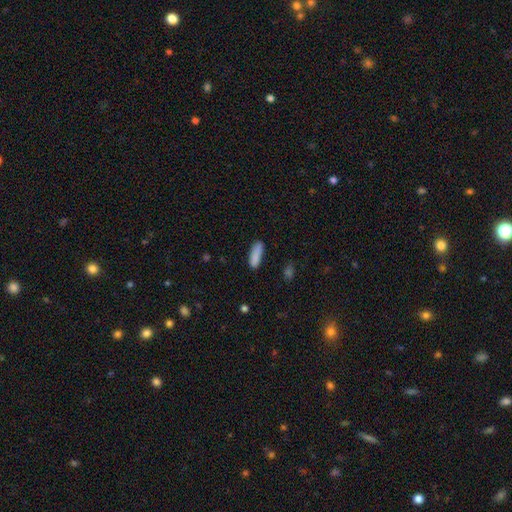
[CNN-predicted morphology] smooth 88%, star or artifact 7%, featured or disk 5%. Down the decision tree: how rounded — cigar-shaped (50%); merging — none (81%).